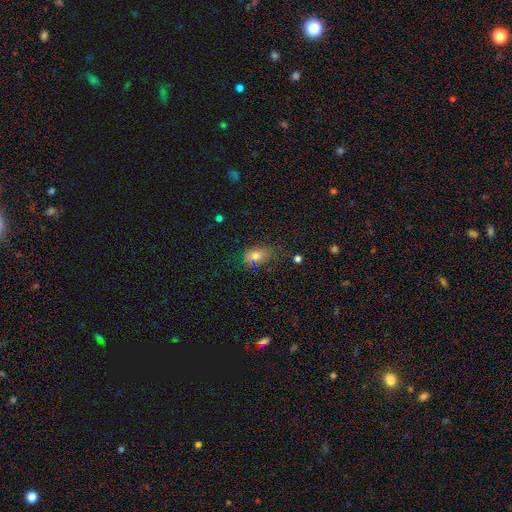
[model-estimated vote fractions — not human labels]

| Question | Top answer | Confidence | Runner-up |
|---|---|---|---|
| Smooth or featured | smooth | 71% | star or artifact (16%) |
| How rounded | in between | 74% | round (23%) |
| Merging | none | 60% | minor disturbance (26%) |